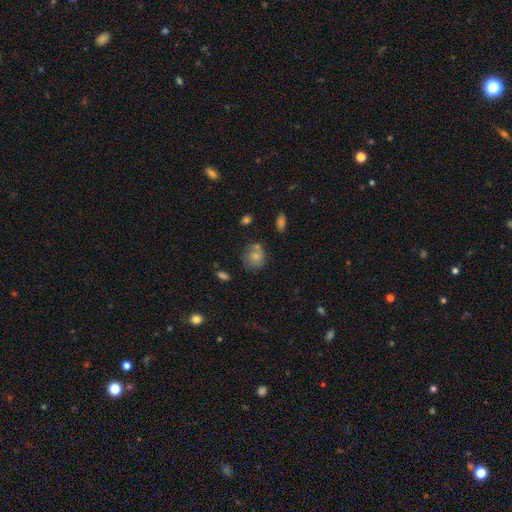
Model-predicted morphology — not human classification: Smooth or featured: smooth — 67% (featured or disk — 23%)
How rounded: round — 66% (in between — 33%)
Merging: none — 55% (minor disturbance — 22%)